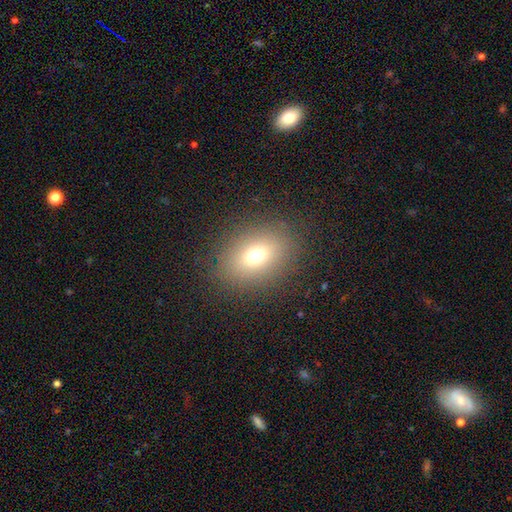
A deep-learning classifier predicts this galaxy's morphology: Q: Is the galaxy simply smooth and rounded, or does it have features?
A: smooth — 70%.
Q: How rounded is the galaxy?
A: in between — 64%.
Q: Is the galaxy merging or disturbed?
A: none — 85%.